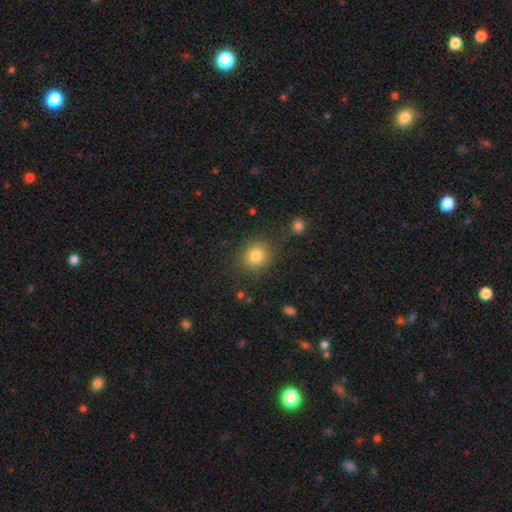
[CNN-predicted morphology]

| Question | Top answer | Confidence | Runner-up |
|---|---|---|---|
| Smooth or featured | smooth | 82% | star or artifact (11%) |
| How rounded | round | 75% | in between (24%) |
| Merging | none | 83% | minor disturbance (10%) |